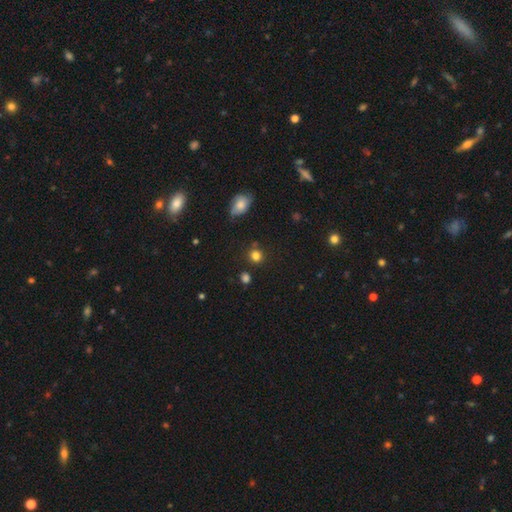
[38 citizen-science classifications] Overall: smooth (84%). How rounded: round (88%). Merging: none (86%).